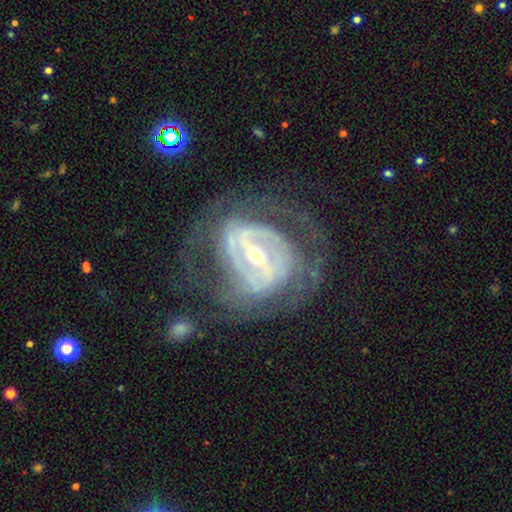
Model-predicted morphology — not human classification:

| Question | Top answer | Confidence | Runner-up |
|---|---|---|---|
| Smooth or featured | featured or disk | 89% | star or artifact (6%) |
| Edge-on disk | no | 96% | yes (4%) |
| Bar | strong | 59% | weak (30%) |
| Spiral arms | yes | 90% | no (10%) |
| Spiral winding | tight | 55% | medium (34%) |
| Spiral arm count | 2 | 36% | can't tell (31%) |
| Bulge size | small | 63% | moderate (33%) |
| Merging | none | 61% | major disturbance (19%) |